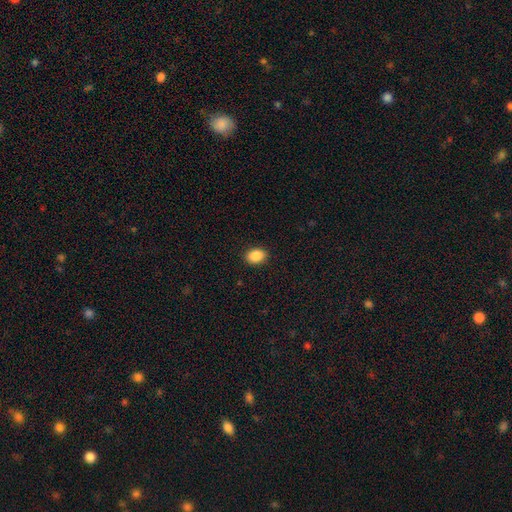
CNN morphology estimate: A smooth galaxy with no disk features (89%) that is in between round and cigar-shaped (73%).

Vote fractions:
- Smooth or featured? smooth: 89% / star or artifact: 8% / featured or disk: 3%
- How rounded? in between: 73% / round: 26% / cigar-shaped: 1%
- Merging? none: 90% / minor disturbance: 7% / major disturbance: 2% / merger: 1%